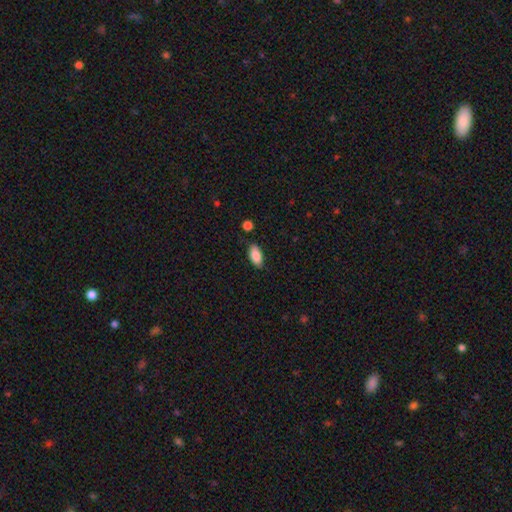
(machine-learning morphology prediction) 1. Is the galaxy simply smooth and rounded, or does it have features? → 87% smooth, 7% star or artifact, 6% featured or disk.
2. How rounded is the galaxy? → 91% in between, 6% cigar-shaped, 3% round.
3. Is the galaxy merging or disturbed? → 81% none, 14% minor disturbance, 3% major disturbance, 2% merger.